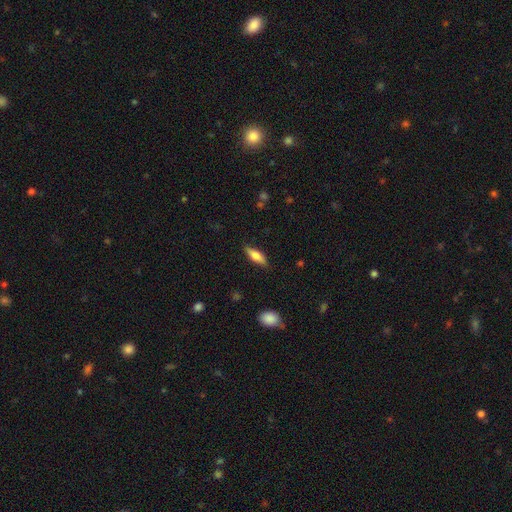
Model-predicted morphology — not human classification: Overall: smooth (67%). How rounded: in between (56%; cigar-shaped 42%). Merging: none (83%).